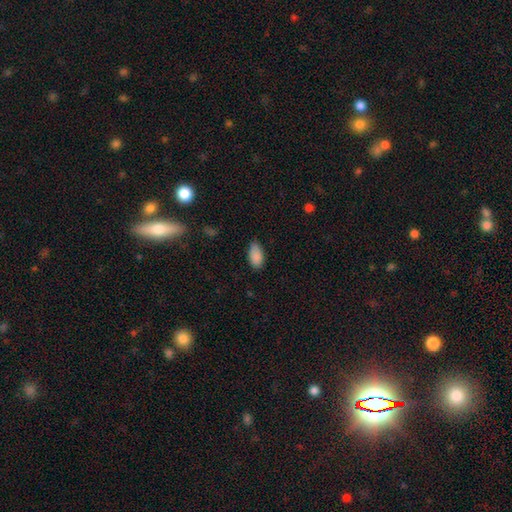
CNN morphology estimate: Smooth or featured? smooth (88%)
How rounded? in between (94%)
Merging? none (73%)